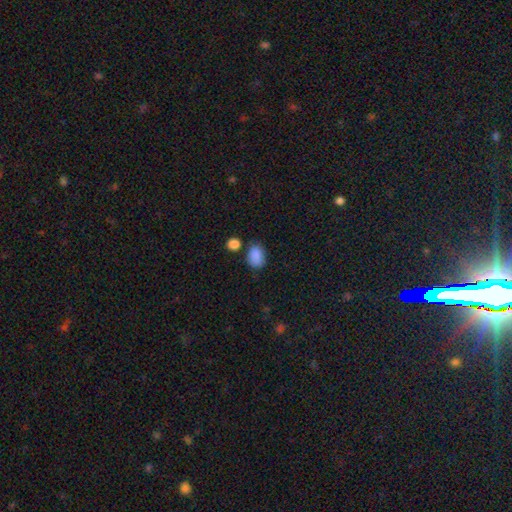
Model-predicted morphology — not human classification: smooth_or_featured: smooth (p=0.87) [alt: star or artifact p=0.09]
how_rounded: in between (p=0.75) [alt: round p=0.23]
merging: none (p=0.68) [alt: minor disturbance p=0.18]